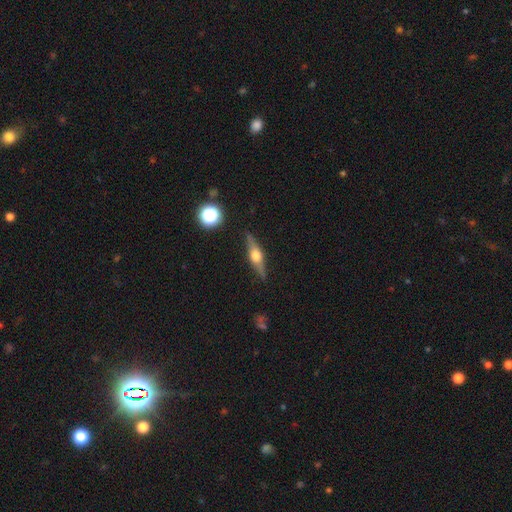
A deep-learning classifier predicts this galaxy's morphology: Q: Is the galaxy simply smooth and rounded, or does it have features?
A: featured or disk — 67%.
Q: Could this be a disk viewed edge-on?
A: yes — 95%.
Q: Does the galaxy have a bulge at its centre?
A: rounded — 94%.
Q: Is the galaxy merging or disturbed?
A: none — 86%.